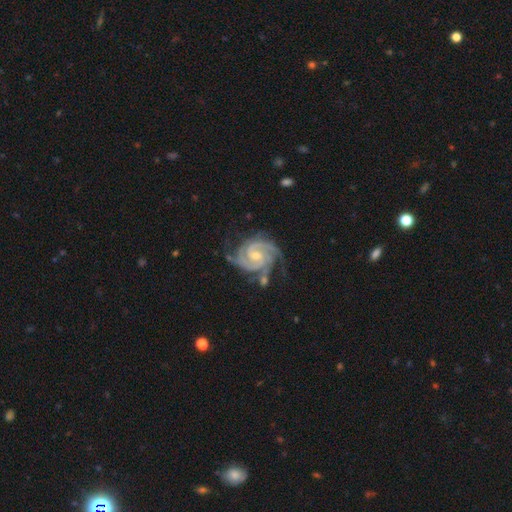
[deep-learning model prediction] Smooth or featured? featured or disk (94%)
Edge-on disk? no (98%)
Bar? no (45%)
Spiral arms? yes (99%)
Spiral winding? tight (68%)
Spiral arm count? 3 (42%)
Bulge size? small (57%)
Merging? none (63%)